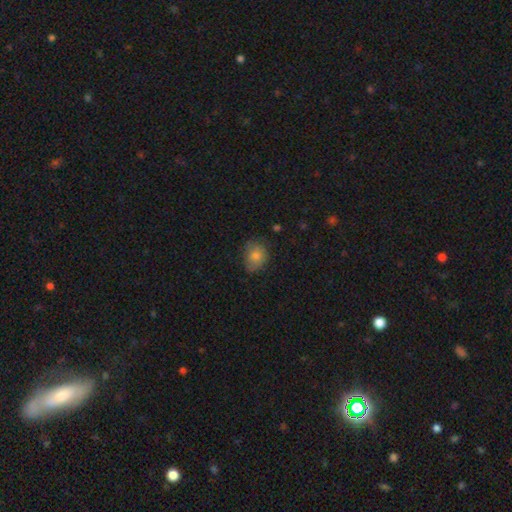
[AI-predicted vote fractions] Smooth or featured? Predicted: smooth (p=0.76). How rounded? Predicted: round (p=0.52). Merging? Predicted: none (p=0.63).